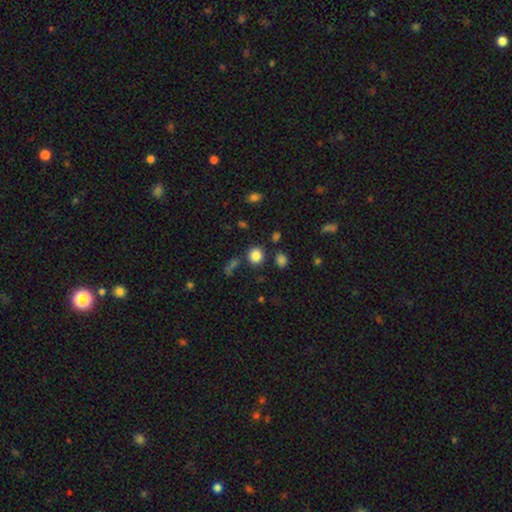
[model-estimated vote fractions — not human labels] smooth-or-featured: smooth: 84% | star or artifact: 11% | featured or disk: 5%
  how-rounded: round: 86% | in between: 13% | cigar-shaped: 1%
  merging: none: 83% | minor disturbance: 8% | merger: 6% | major disturbance: 3%